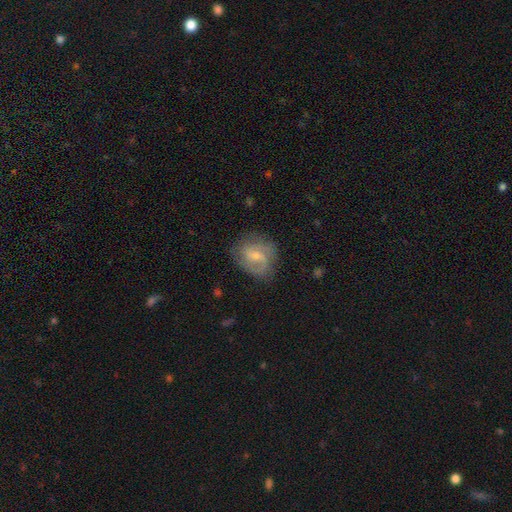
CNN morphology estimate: Smooth or featured?
  - featured or disk: 68% *
  - smooth: 25%
  - star or artifact: 7%
Edge-on disk?
  - no: 97% *
  - yes: 3%
Bar?
  - weak: 54% *
  - no: 33%
  - strong: 13%
Spiral arms?
  - yes: 89% *
  - no: 11%
Spiral winding?
  - medium: 47% *
  - loose: 30%
  - tight: 23%
Spiral arm count?
  - 2: 66% *
  - can't tell: 14%
  - 1: 12%
  - 3: 5%
  - 4: 2%
  - more than 4: 2%
Bulge size?
  - small: 58% *
  - moderate: 33%
  - none: 6%
  - large: 2%
  - dominant: 1%
Merging?
  - none: 68% *
  - minor disturbance: 20%
  - major disturbance: 10%
  - merger: 2%